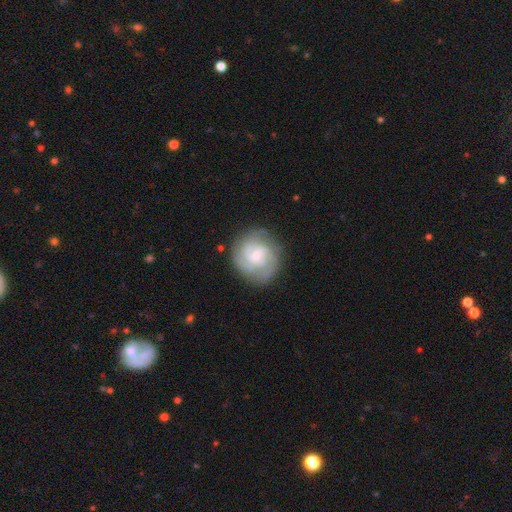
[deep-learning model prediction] This is likely a featured or disk galaxy (72%). It is clearly not viewed edge-on (98%). Bar: possibly no (51%). Spiral arm pattern: clearly yes (93%). Spiral arm count: marginally 2 (30%). Spiral winding: possibly tight (53%). Central bulge: possibly small (58%). Merging: likely none (78%).